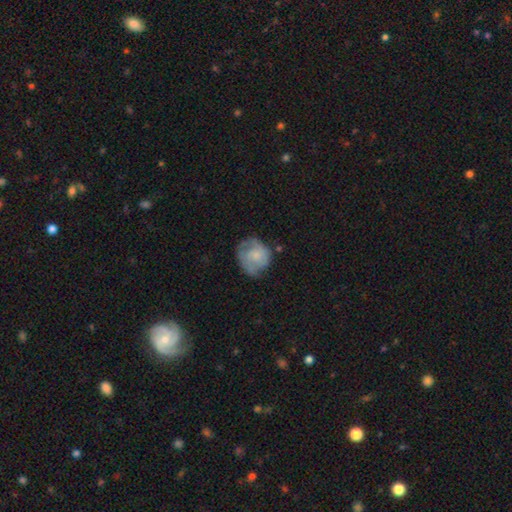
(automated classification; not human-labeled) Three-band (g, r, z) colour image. It shows a featured or disk galaxy (52%) with no bar (77%), spiral arms (73%) and a small central bulge (38%). Merging: none (57%).